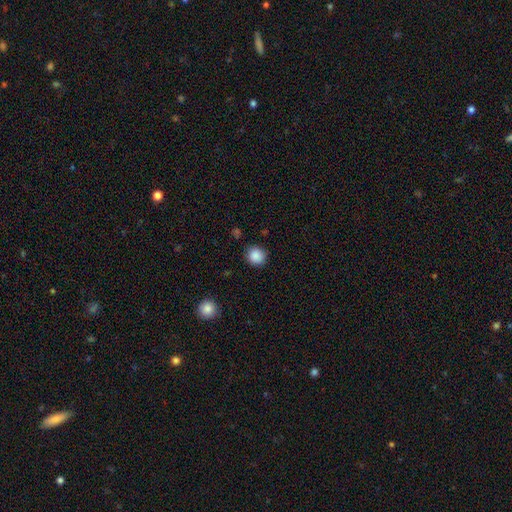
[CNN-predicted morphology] smooth_or_featured: smooth (p=0.88) [alt: star or artifact p=0.09]
how_rounded: round (p=0.88) [alt: in between p=0.11]
merging: none (p=0.86) [alt: minor disturbance p=0.10]